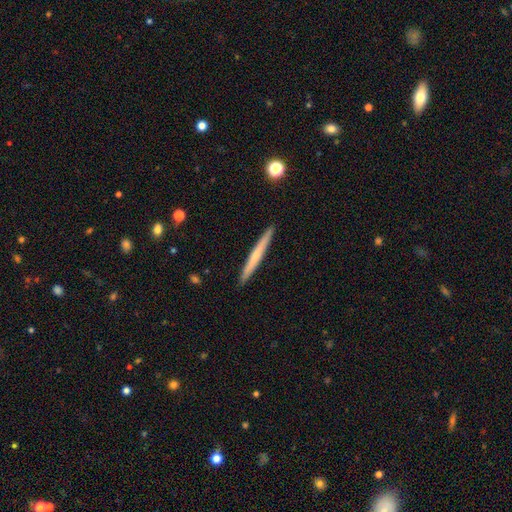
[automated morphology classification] smooth_or_featured: smooth (p=0.47) [tied with: featured or disk p=0.47]
merging: none (p=0.92) [alt: minor disturbance p=0.06]